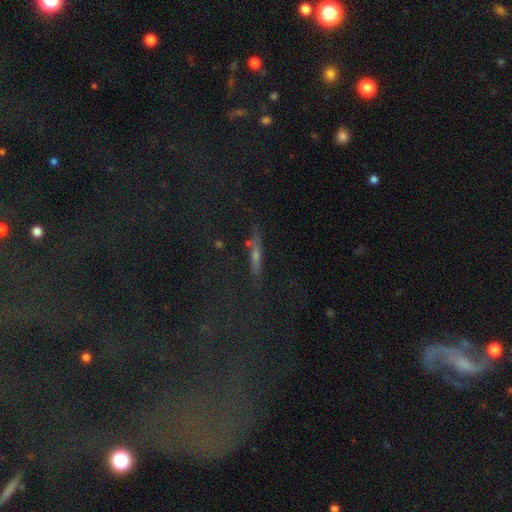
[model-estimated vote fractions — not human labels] Smooth or featured: featured or disk — 43% (smooth — 34%)
Merging: none — 78% (minor disturbance — 14%)